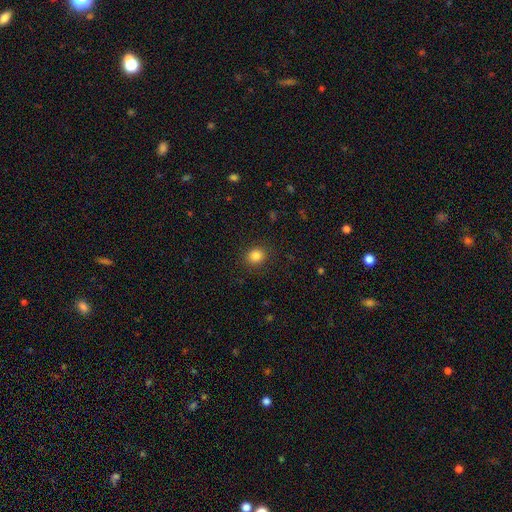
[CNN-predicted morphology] The model was most divided on "how rounded": round: 76%, in between: 23%, cigar-shaped: 1%. More confident: merging — none (89%); smooth or featured — smooth (84%).